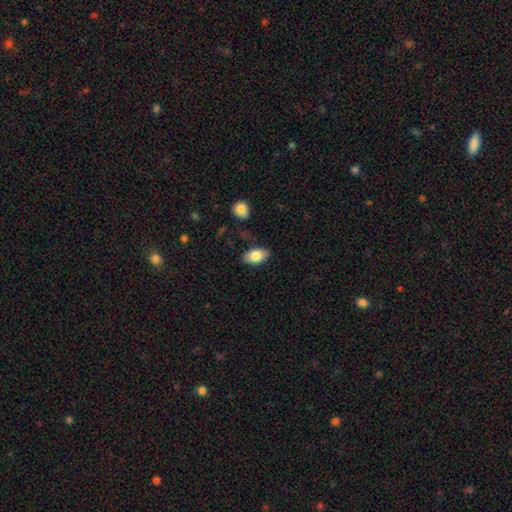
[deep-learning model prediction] Smooth or featured: smooth — 82% (featured or disk — 11%)
How rounded: in between — 92% (round — 6%)
Merging: none — 82% (minor disturbance — 13%)